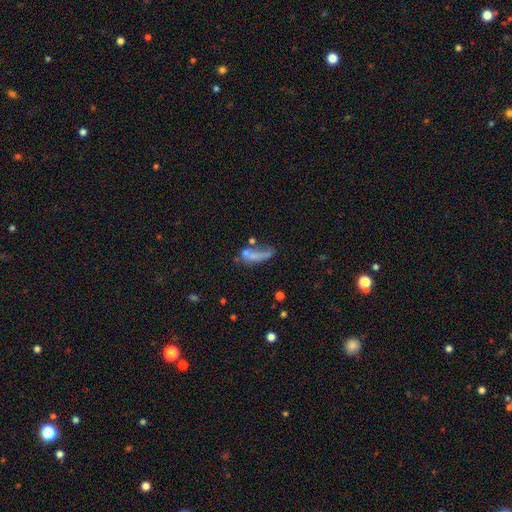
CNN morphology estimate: Smooth or featured? smooth (54%)
How rounded? in between (59%)
Merging? major disturbance (33%)